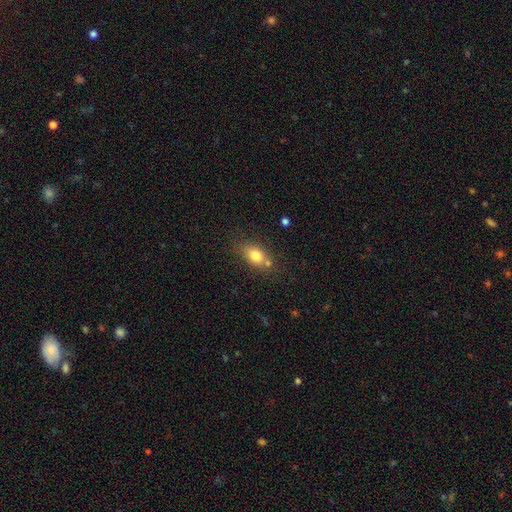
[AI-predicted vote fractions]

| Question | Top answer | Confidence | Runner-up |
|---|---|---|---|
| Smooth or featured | smooth | 77% | featured or disk (13%) |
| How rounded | in between | 73% | round (23%) |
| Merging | none | 63% | minor disturbance (16%) |